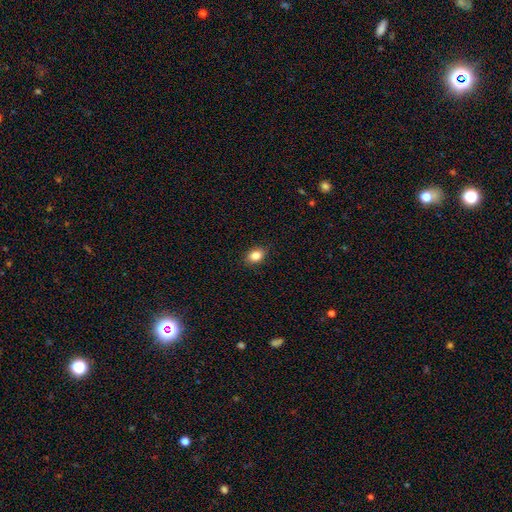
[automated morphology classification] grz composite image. It shows a smooth galaxy with no disk features (85%) that is in between round and cigar-shaped (72%). Merging: none (88%).